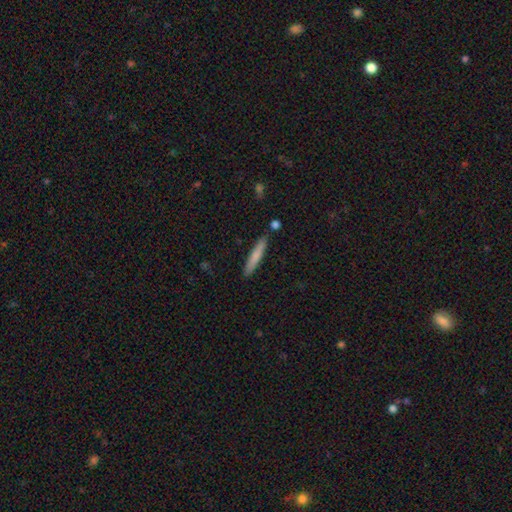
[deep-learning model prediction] A smooth galaxy with no disk features (74%) that is cigar-shaped (94%).

Vote fractions:
- Smooth or featured? smooth: 74% / featured or disk: 21% / star or artifact: 6%
- How rounded? cigar-shaped: 94% / in between: 5% / round: 1%
- Merging? none: 87% / minor disturbance: 8% / merger: 3% / major disturbance: 2%